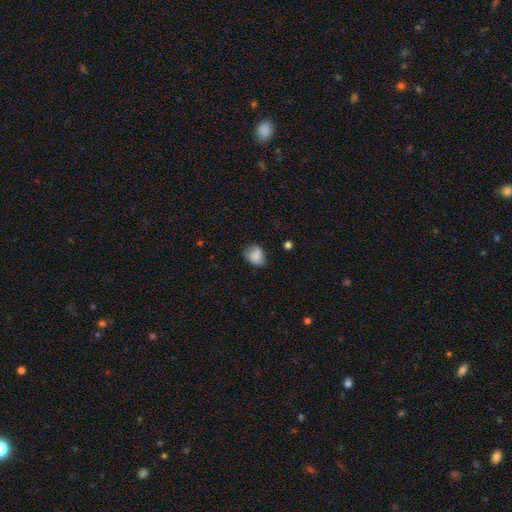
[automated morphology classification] smooth 83%, featured or disk 9%, star or artifact 8%. Down the decision tree: how rounded — round (50%); merging — none (65%).